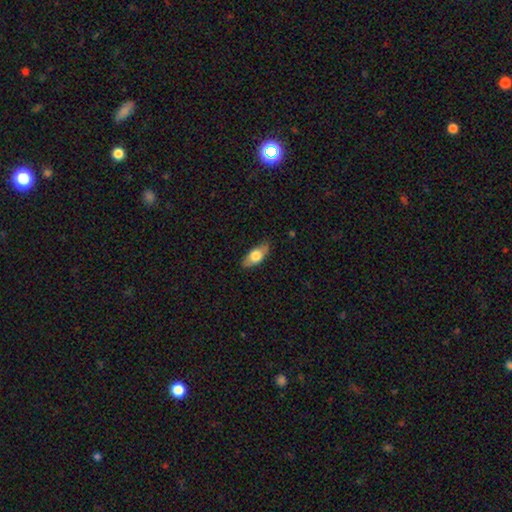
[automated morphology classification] Smooth or featured: smooth — 67% (featured or disk — 27%)
How rounded: in between — 82% (cigar-shaped — 14%)
Merging: none — 82% (minor disturbance — 14%)